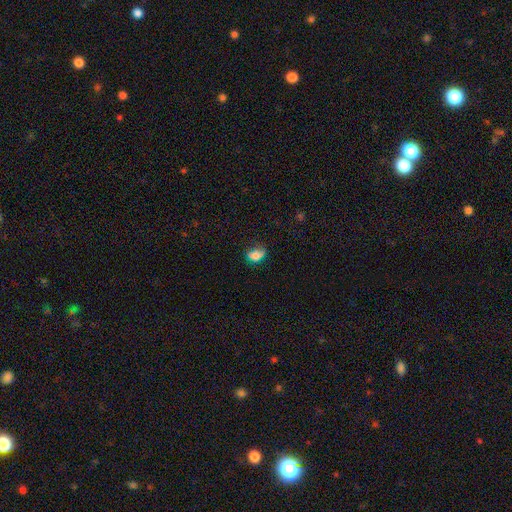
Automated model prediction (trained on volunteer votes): Q: Smooth or featured?
A: smooth (68%); runner-up: featured or disk (21%)
Q: How rounded?
A: in between (72%); runner-up: round (26%)
Q: Merging?
A: none (42%); runner-up: minor disturbance (35%)